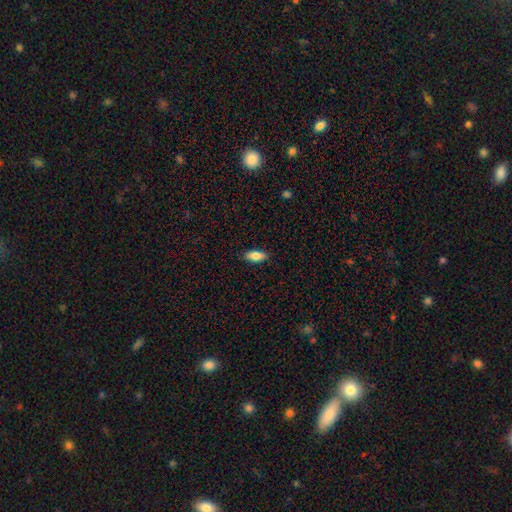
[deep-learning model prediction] Smooth or featured? Predicted: smooth (p=0.82). How rounded? Predicted: in between (p=0.85). Merging? Predicted: none (p=0.88).